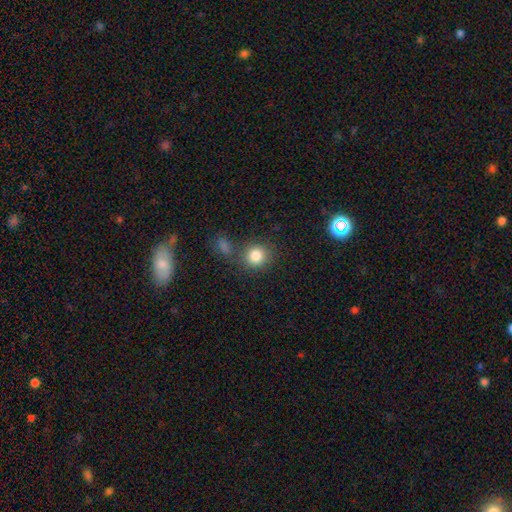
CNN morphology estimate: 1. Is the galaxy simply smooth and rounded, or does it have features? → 85% smooth, 10% star or artifact, 6% featured or disk.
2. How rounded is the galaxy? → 85% round, 14% in between, 1% cigar-shaped.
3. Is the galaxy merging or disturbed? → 72% none, 13% merger, 11% minor disturbance, 4% major disturbance.